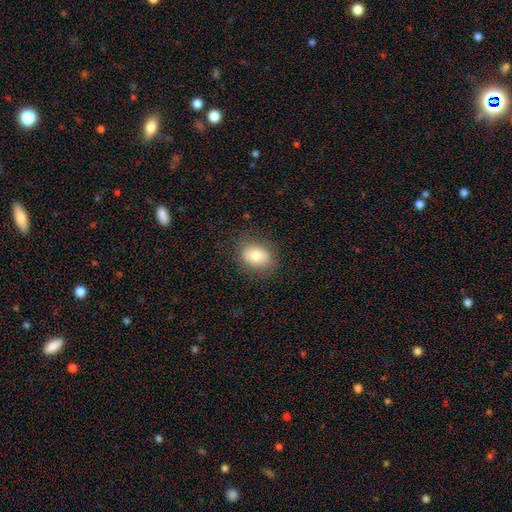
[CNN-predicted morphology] type=smooth (74%); roundness=in between (71%); merging=none (81%).